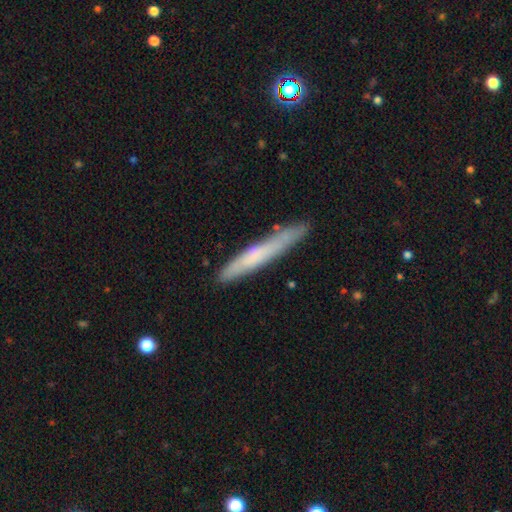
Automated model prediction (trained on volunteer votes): A smooth galaxy with no disk features (59%) that is cigar-shaped (96%). Merging: none (82%).